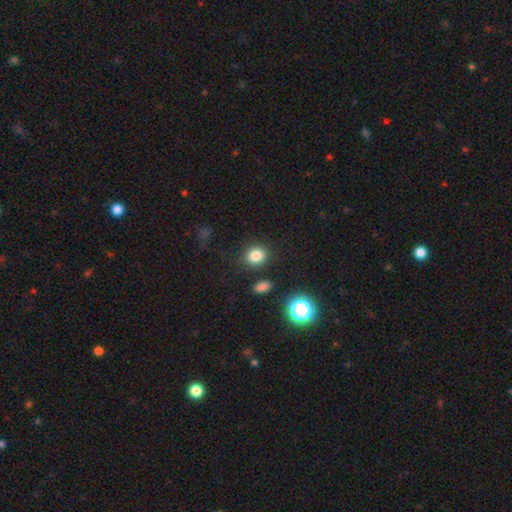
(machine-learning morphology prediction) Smooth or featured? smooth (83%)
How rounded? round (72%)
Merging? none (84%)